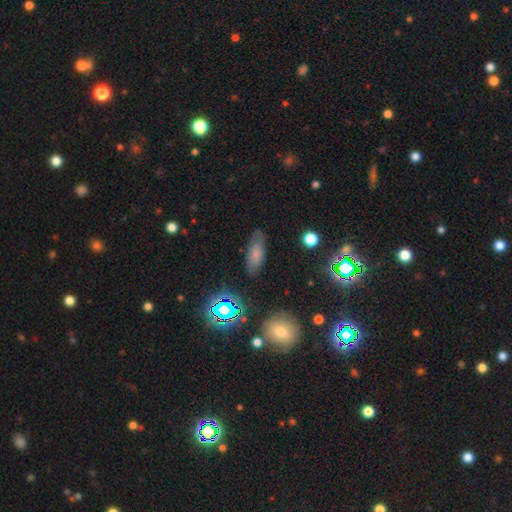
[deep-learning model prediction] Smooth or featured?
  - smooth: 66% *
  - featured or disk: 19%
  - star or artifact: 14%
How rounded?
  - in between: 78% *
  - cigar-shaped: 19%
  - round: 3%
Merging?
  - none: 76% *
  - minor disturbance: 17%
  - major disturbance: 5%
  - merger: 2%